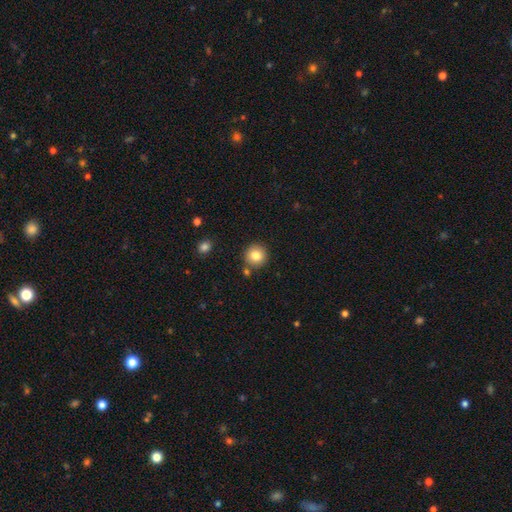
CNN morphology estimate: smooth 82%, star or artifact 10%, featured or disk 8%. Down the decision tree: how rounded — round (94%); merging — none (84%).